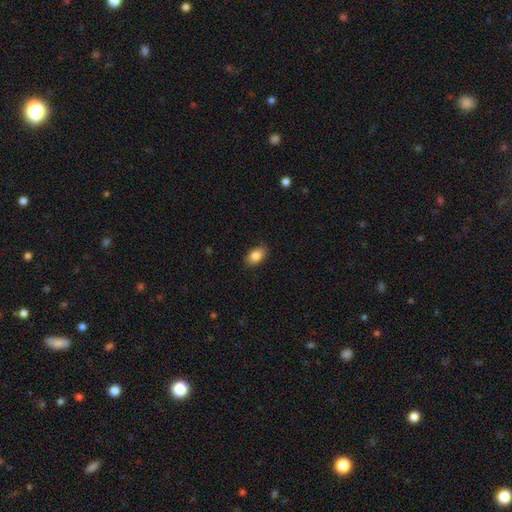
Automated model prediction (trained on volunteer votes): Smooth or featured?
  - smooth: 85% *
  - star or artifact: 8%
  - featured or disk: 7%
How rounded?
  - in between: 88% *
  - round: 10%
  - cigar-shaped: 2%
Merging?
  - none: 86% *
  - minor disturbance: 11%
  - major disturbance: 2%
  - merger: 1%